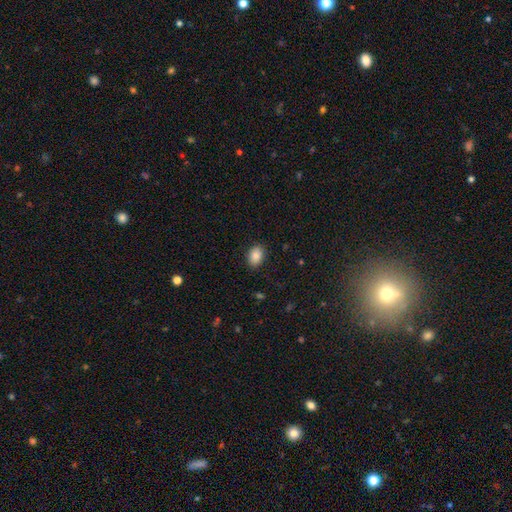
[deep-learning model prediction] Smooth or featured: smooth — 87% (star or artifact — 8%)
How rounded: in between — 82% (round — 16%)
Merging: none — 87% (minor disturbance — 9%)